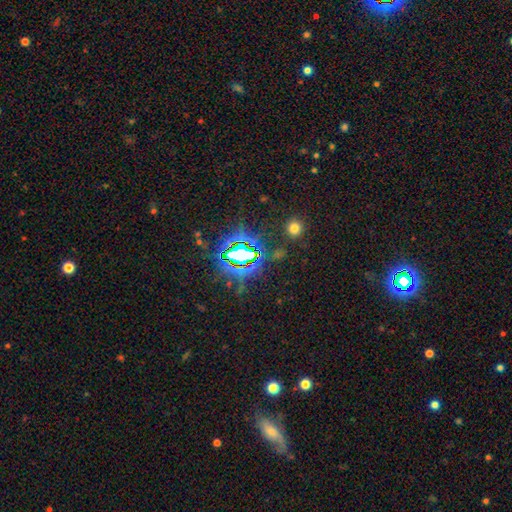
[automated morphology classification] smooth-or-featured: star or artifact: 82% | smooth: 11% | featured or disk: 7%